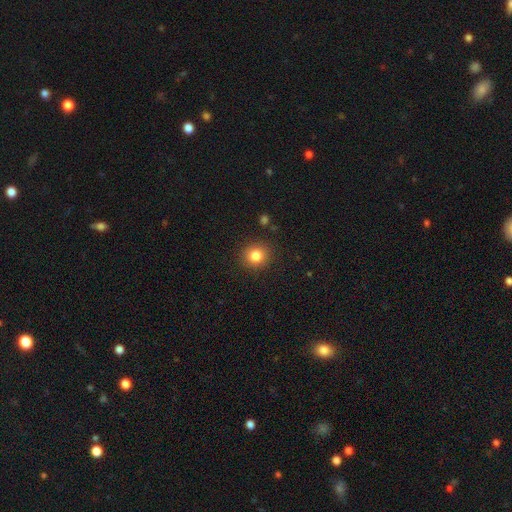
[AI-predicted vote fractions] Smooth or featured? smooth (83%)
How rounded? round (86%)
Merging? none (89%)